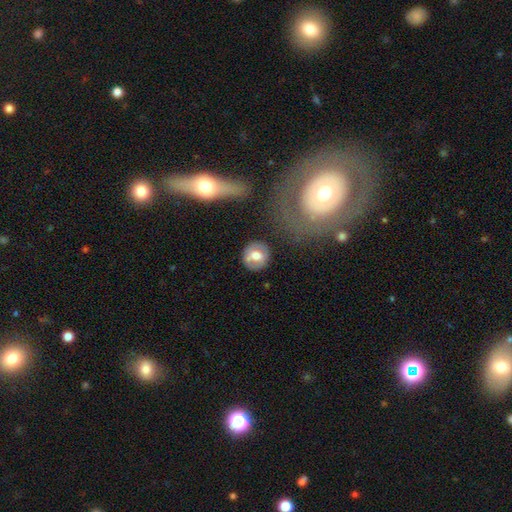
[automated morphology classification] type=smooth (57%); roundness=round (83%); merging=none (78%).